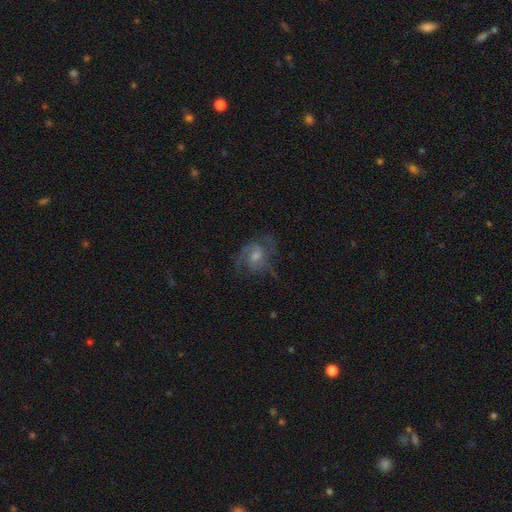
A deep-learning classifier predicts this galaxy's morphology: type=featured or disk (73%); edge-on=no (97%); bar=no (55%); spiral arms=yes (91%); winding=medium (51%); arm count=2 (47%); bulge=moderate (44%); merging=none (63%).